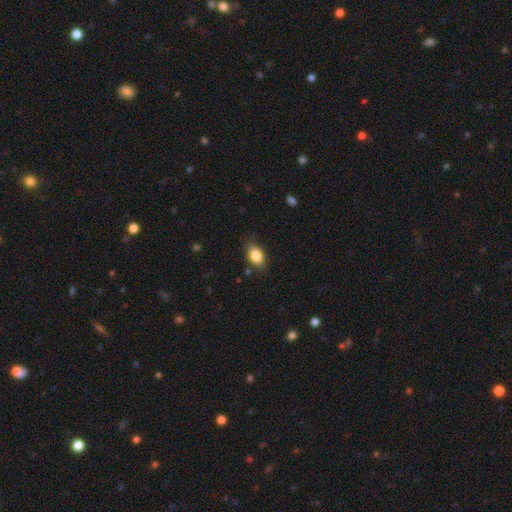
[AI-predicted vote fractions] Smooth or featured: smooth — 85% (star or artifact — 8%)
How rounded: in between — 85% (round — 14%)
Merging: none — 81% (minor disturbance — 14%)